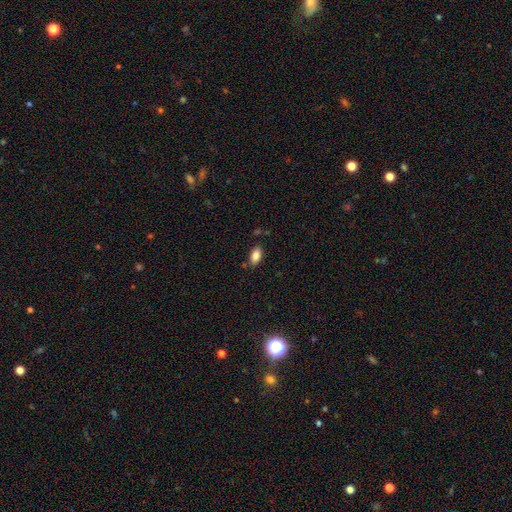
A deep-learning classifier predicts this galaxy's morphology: This appears to be a smooth galaxy with no disk features (85%) that is in between round and cigar-shaped (92%). Merging: none (82%).